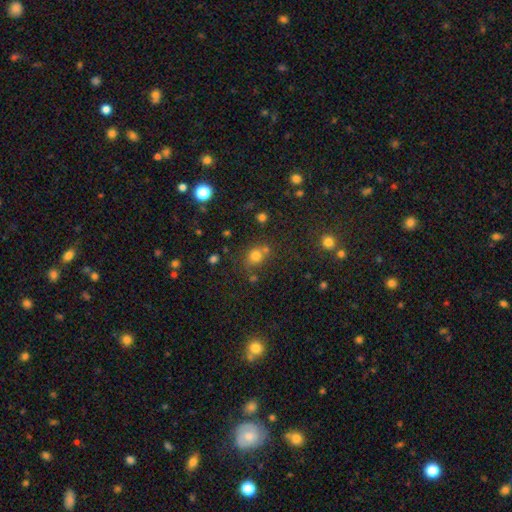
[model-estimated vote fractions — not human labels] This is likely a smooth galaxy (71%). How rounded: likely round (73%). Merging: possibly none (57%).